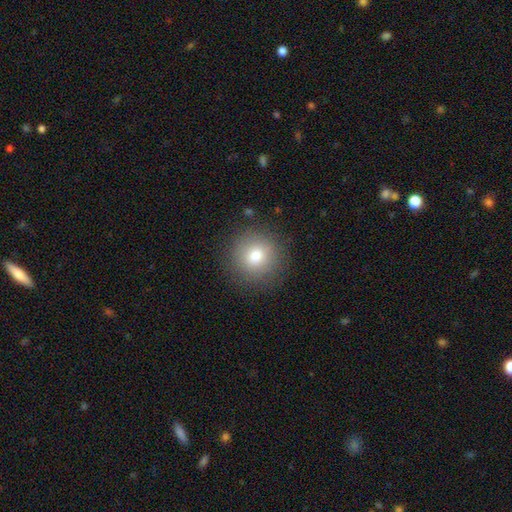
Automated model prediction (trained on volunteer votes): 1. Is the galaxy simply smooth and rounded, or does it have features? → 75% smooth, 13% star or artifact, 12% featured or disk.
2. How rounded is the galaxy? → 95% round, 4% in between, 1% cigar-shaped.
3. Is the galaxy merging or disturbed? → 89% none, 7% minor disturbance, 3% major disturbance, 1% merger.